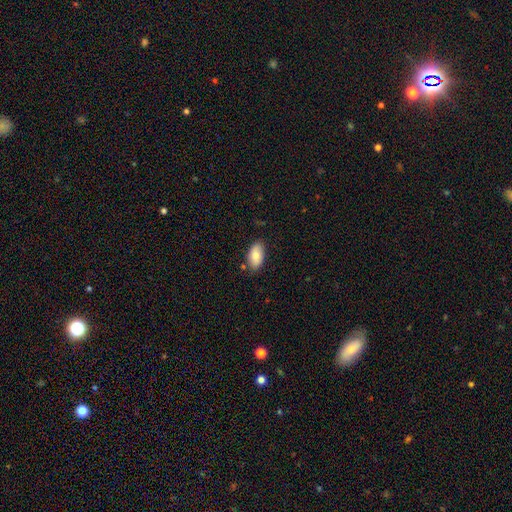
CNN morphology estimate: Smooth or featured?
  - smooth: 78% *
  - featured or disk: 16%
  - star or artifact: 7%
How rounded?
  - in between: 94% *
  - round: 4%
  - cigar-shaped: 2%
Merging?
  - none: 81% *
  - minor disturbance: 15%
  - major disturbance: 2%
  - merger: 2%